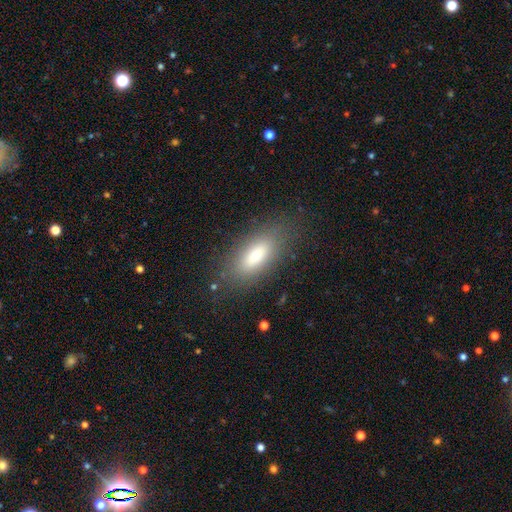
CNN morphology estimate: This is likely a smooth galaxy (76%). How rounded: likely in between (79%). Merging: likely none (79%).